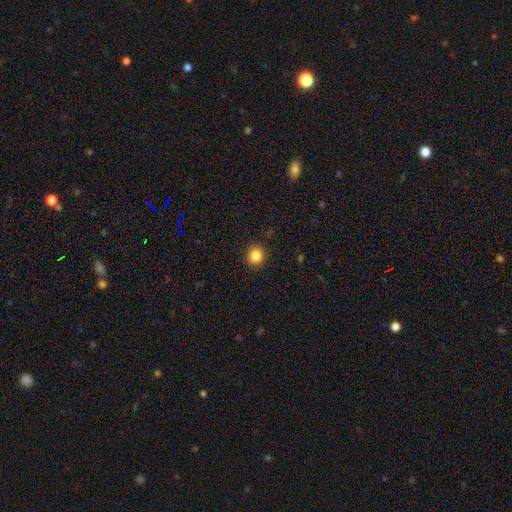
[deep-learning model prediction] A smooth galaxy with no disk features (85%) that is round (91%).

Vote fractions:
- Smooth or featured? smooth: 85% / star or artifact: 11% / featured or disk: 4%
- How rounded? round: 91% / in between: 8% / cigar-shaped: 1%
- Merging? none: 91% / minor disturbance: 6% / major disturbance: 2% / merger: 1%